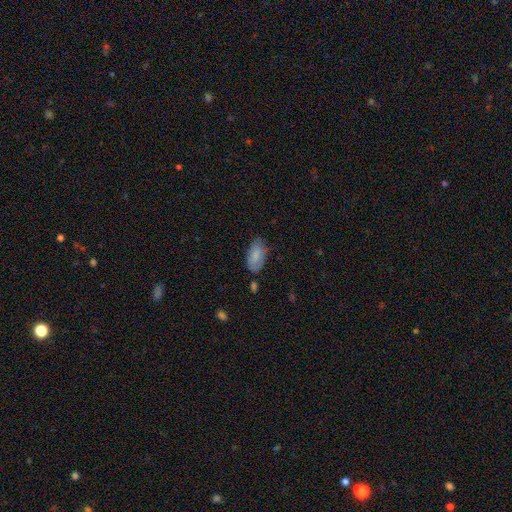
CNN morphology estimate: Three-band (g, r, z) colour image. It shows a smooth galaxy with no disk features (81%) that is in between round and cigar-shaped (93%). Merging: none (71%).